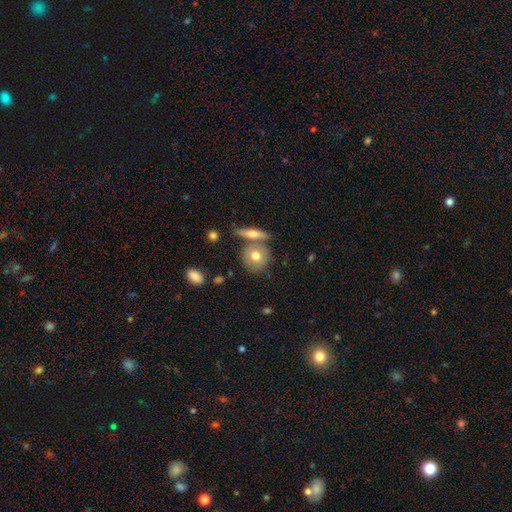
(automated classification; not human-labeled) smooth_or_featured: smooth (p=0.69) [alt: featured or disk p=0.24]
how_rounded: round (p=0.80) [alt: in between p=0.17]
merging: none (p=0.63) [alt: merger p=0.23]